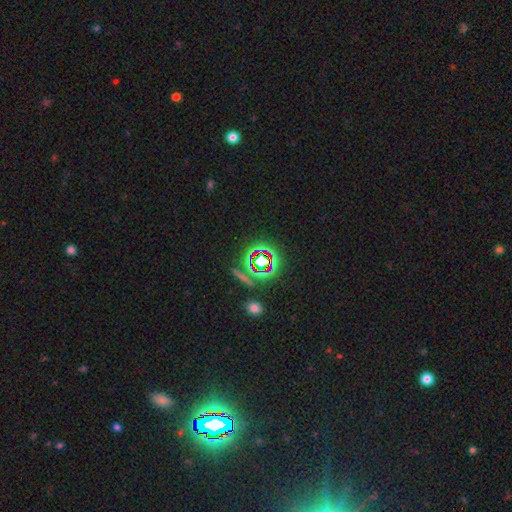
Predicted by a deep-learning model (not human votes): Smooth or featured? star or artifact (53%)